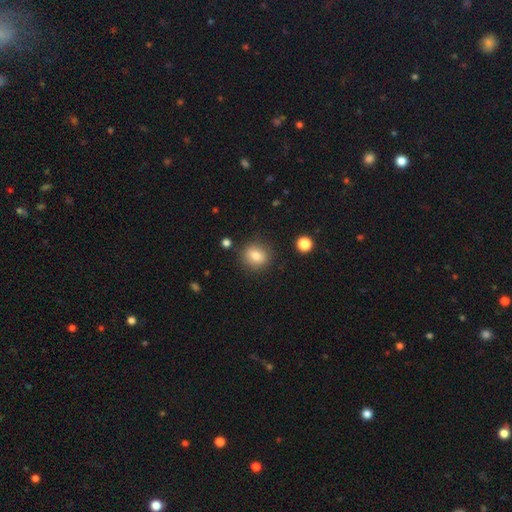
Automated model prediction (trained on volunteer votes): Smooth or featured: smooth — 80% (star or artifact — 10%)
How rounded: round — 81% (in between — 18%)
Merging: none — 86% (minor disturbance — 9%)